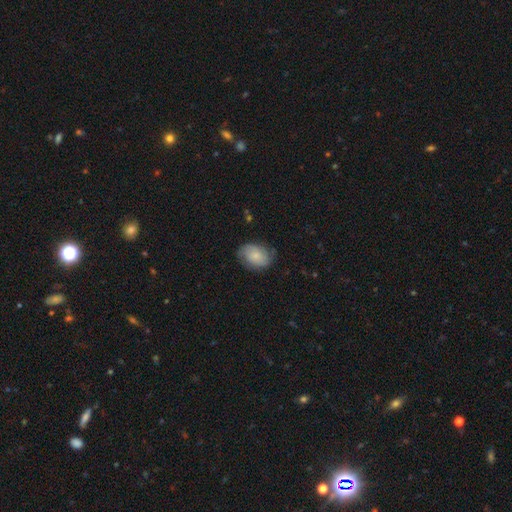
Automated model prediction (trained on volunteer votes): This is likely a smooth galaxy (65%). How rounded: clearly in between (80%). Merging: likely none (70%).